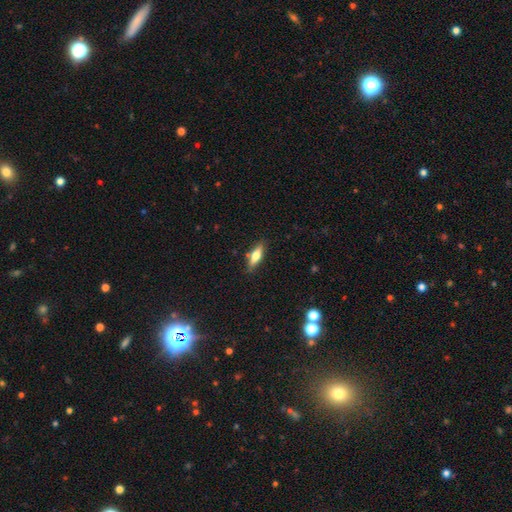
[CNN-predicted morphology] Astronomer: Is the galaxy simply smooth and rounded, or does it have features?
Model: smooth — 58% (runner-up: featured or disk, 35%).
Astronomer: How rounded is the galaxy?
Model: cigar-shaped — 51% (runner-up: in between, 46%).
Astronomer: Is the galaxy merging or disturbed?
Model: none — 83%.